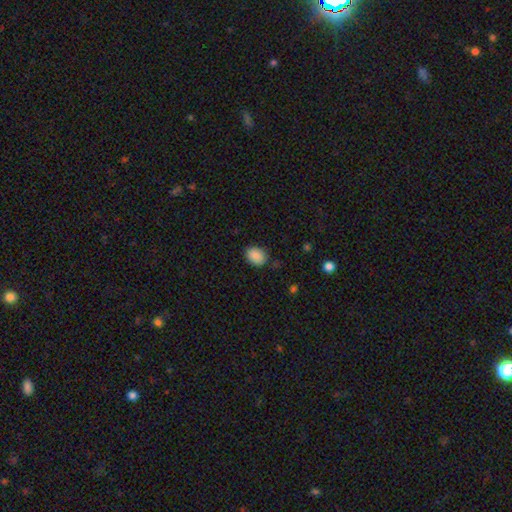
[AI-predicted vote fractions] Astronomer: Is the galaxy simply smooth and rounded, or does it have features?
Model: smooth — 88%.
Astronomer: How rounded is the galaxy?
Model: in between — 64%.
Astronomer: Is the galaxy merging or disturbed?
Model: none — 81%.